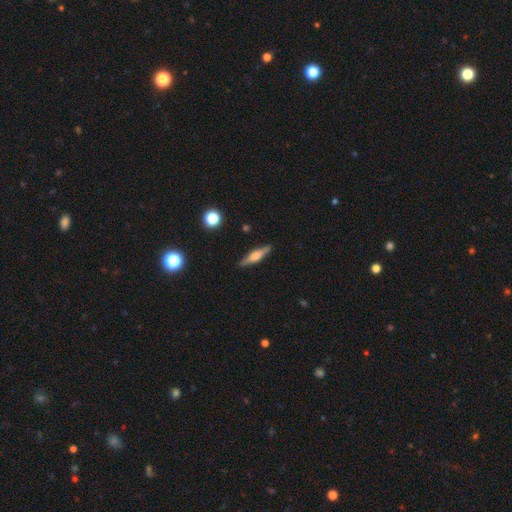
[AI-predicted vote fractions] A featured or disk galaxy (59%) viewed edge-on (96%) with a rounded central bulge (79%). Merging: none (89%).